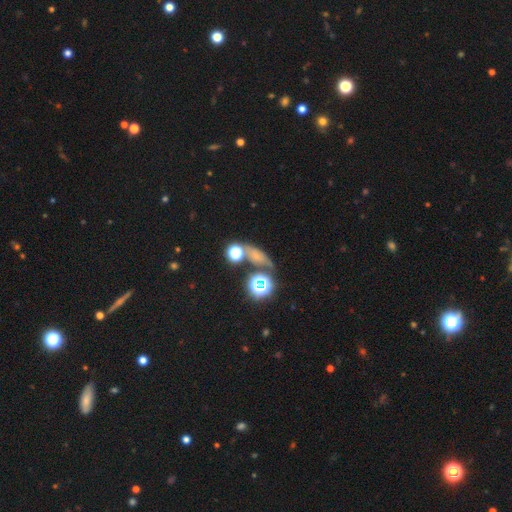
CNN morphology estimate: Smooth or featured?
  - smooth: 52% *
  - star or artifact: 31%
  - featured or disk: 17%
How rounded?
  - in between: 44% *
  - round: 38%
  - cigar-shaped: 18%
Merging?
  - none: 58% *
  - merger: 19%
  - minor disturbance: 15%
  - major disturbance: 8%